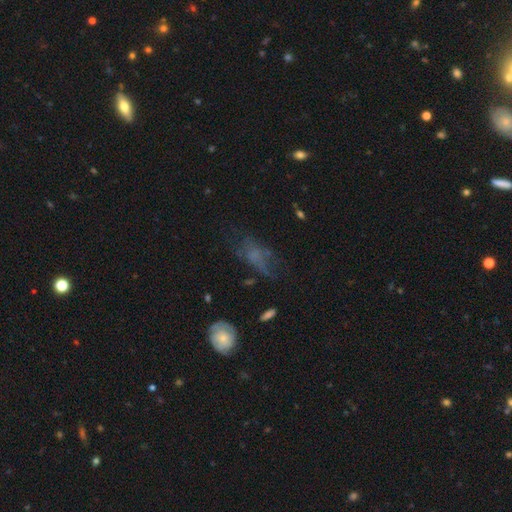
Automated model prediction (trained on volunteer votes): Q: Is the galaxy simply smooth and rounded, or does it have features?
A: smooth — 45%.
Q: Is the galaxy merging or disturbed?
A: none — 43%.